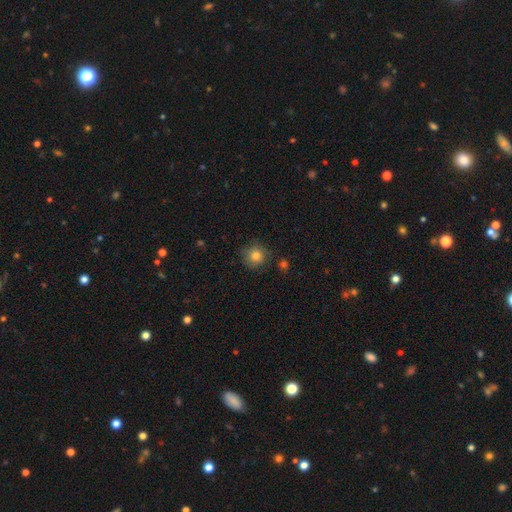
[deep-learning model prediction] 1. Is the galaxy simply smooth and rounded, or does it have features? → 82% smooth, 10% star or artifact, 8% featured or disk.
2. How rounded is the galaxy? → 92% round, 7% in between, 1% cigar-shaped.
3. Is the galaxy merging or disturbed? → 81% none, 13% minor disturbance, 3% major disturbance, 3% merger.